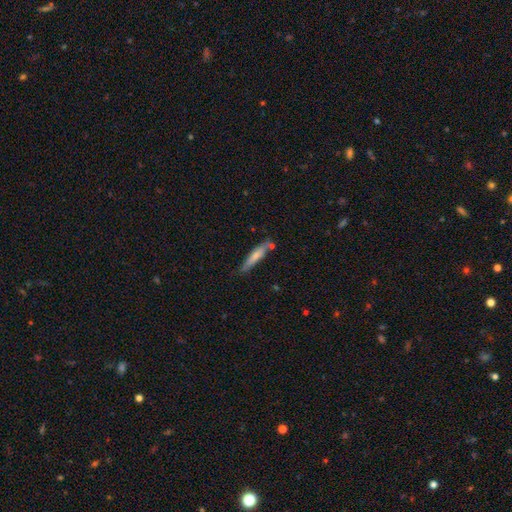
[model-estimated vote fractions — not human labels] Smooth or featured?
  - smooth: 67% *
  - featured or disk: 27%
  - star or artifact: 6%
How rounded?
  - cigar-shaped: 88% *
  - in between: 10%
  - round: 1%
Merging?
  - none: 73% *
  - minor disturbance: 17%
  - merger: 7%
  - major disturbance: 3%